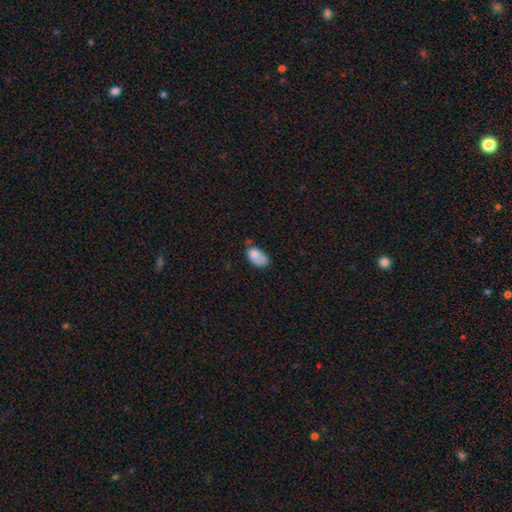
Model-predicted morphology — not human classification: A smooth galaxy with no disk features (76%) that is in between round and cigar-shaped (90%).

Vote fractions:
- Smooth or featured? smooth: 76% / featured or disk: 15% / star or artifact: 8%
- How rounded? in between: 90% / round: 8% / cigar-shaped: 2%
- Merging? none: 35% / minor disturbance: 34% / major disturbance: 18% / merger: 13%